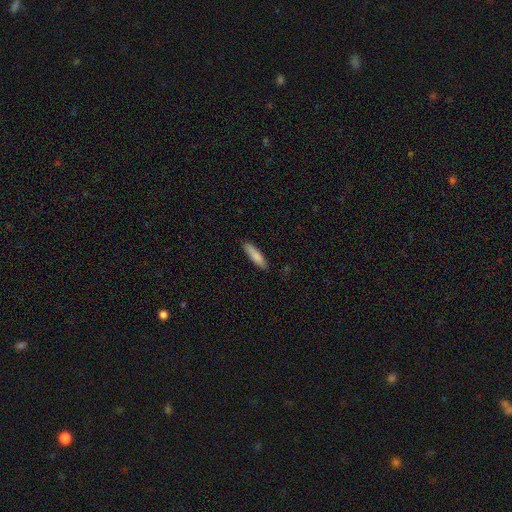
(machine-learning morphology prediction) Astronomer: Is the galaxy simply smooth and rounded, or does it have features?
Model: smooth — 84%.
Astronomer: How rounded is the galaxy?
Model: cigar-shaped — 75%.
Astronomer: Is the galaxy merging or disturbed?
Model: none — 87%.